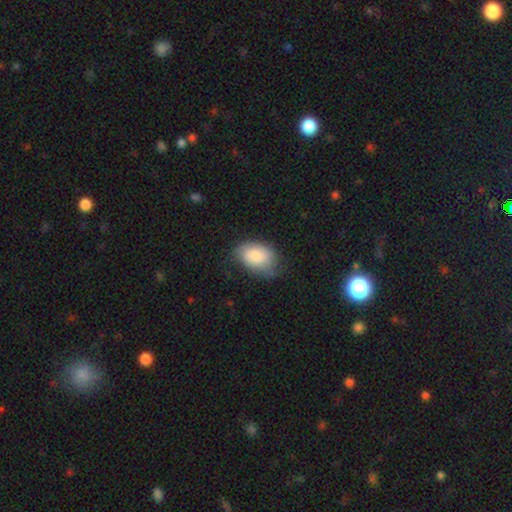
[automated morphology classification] smooth-or-featured: smooth: 81% | featured or disk: 13% | star or artifact: 7%
  how-rounded: in between: 84% | round: 15% | cigar-shaped: 1%
  merging: none: 55% | minor disturbance: 34% | major disturbance: 10% | merger: 1%